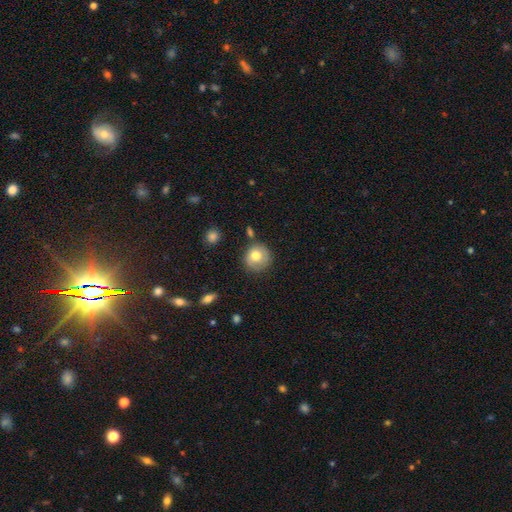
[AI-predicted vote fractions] The model was most divided on "smooth or featured": smooth: 73%, featured or disk: 19%, star or artifact: 8%. More confident: how rounded — round (88%); merging — none (74%).